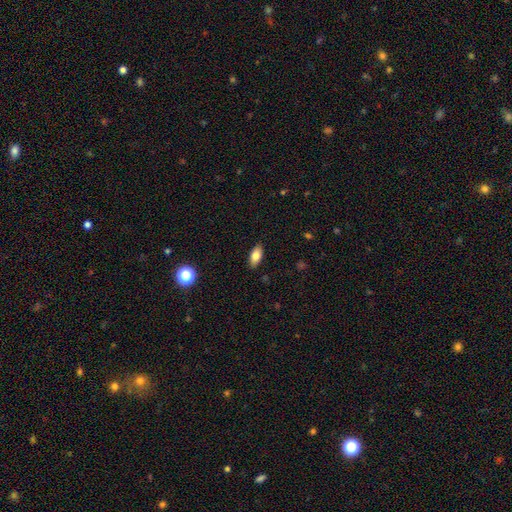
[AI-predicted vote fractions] This appears to be a smooth galaxy with no disk features (81%) that is in between round and cigar-shaped (88%). Merging: none (88%).